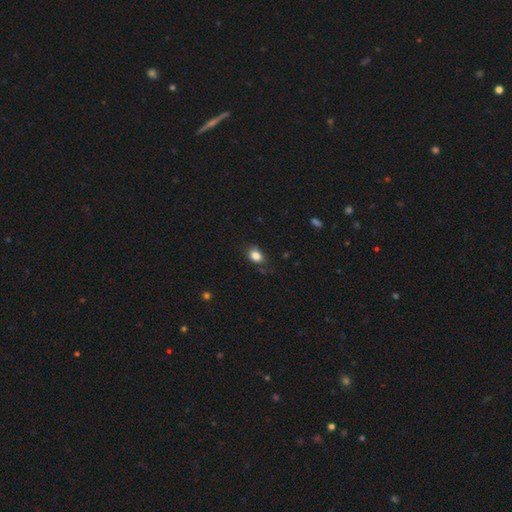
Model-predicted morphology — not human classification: type=smooth (84%); roundness=in between (72%); merging=none (77%).